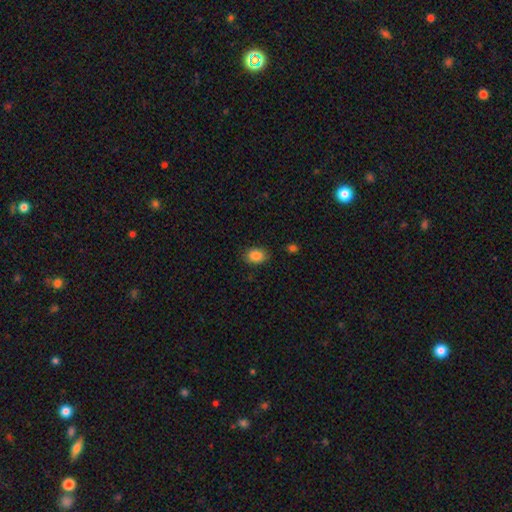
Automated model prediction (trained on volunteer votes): Overall: smooth (86%). How rounded: in between (75%). Merging: none (85%).